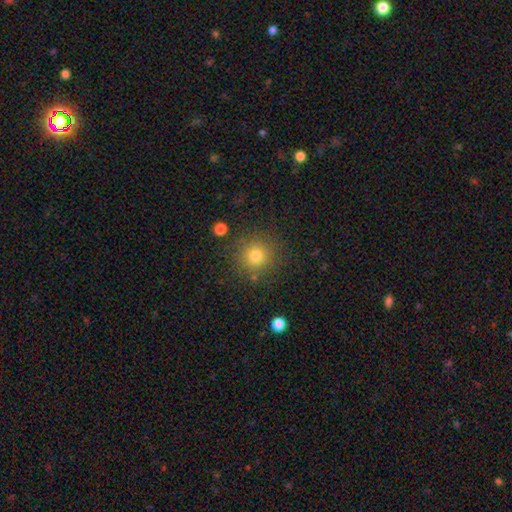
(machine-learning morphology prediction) Smooth or featured? Predicted: smooth (p=0.77). How rounded? Predicted: round (p=0.93). Merging? Predicted: none (p=0.85).